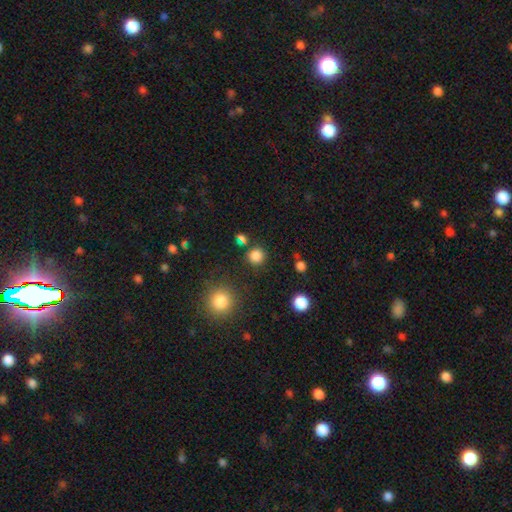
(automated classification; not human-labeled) Smooth or featured? Predicted: smooth (p=0.82). How rounded? Predicted: round (p=0.93). Merging? Predicted: none (p=0.85).